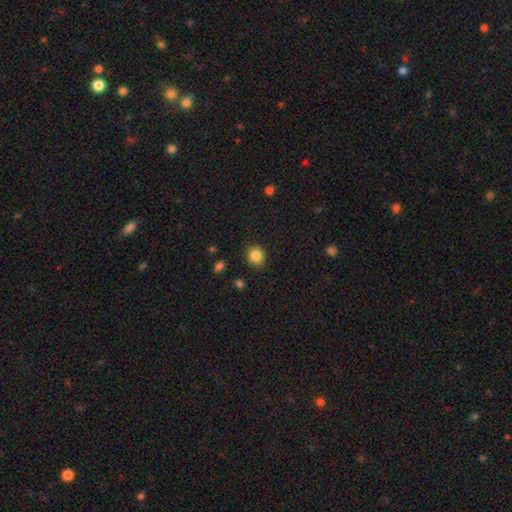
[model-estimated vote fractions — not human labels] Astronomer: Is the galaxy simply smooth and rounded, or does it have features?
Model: smooth — 85%.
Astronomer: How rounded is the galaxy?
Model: round — 77%.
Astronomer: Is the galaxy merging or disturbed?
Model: none — 88%.